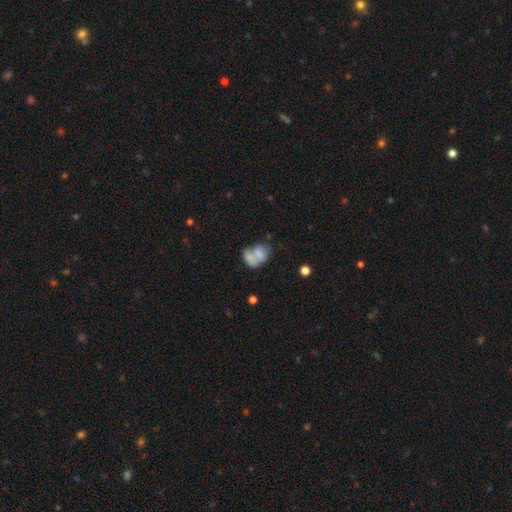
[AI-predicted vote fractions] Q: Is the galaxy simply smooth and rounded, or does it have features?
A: smooth — 65%.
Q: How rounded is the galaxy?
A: in between — 63%.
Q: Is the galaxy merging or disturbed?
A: merger — 56%.